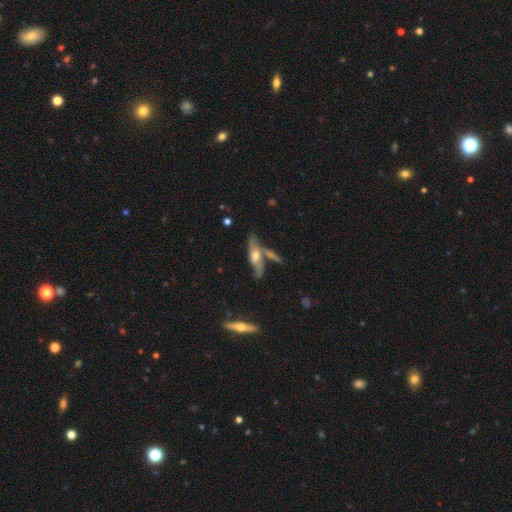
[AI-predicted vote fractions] featured or disk 69%, smooth 24%, star or artifact 7%. Down the decision tree: edge-on disk — no (53%); merging — none (44%).